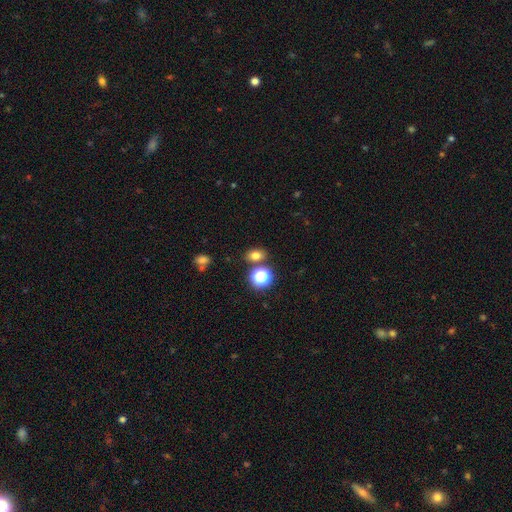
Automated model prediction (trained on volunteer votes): Overall: smooth (74%). How rounded: in between (62%; round 37%). Merging: none (78%).